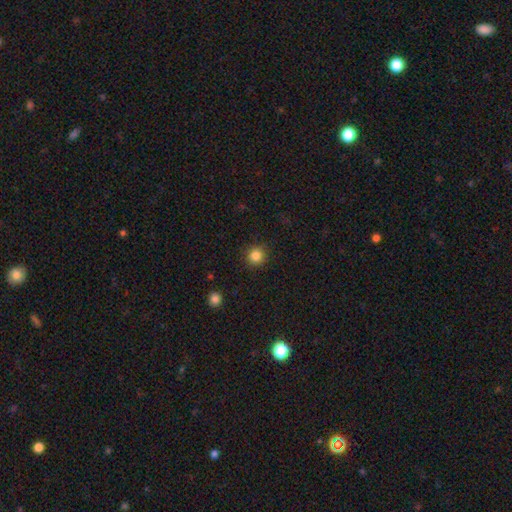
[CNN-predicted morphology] smooth 85%, star or artifact 11%, featured or disk 4%. Down the decision tree: how rounded — round (93%); merging — none (90%).